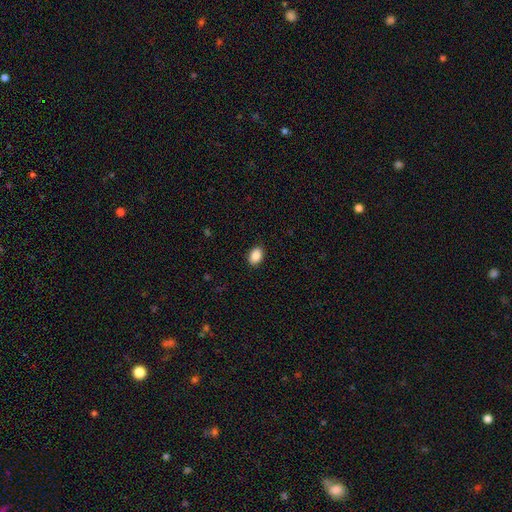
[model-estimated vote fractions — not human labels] This appears to be a smooth galaxy with no disk features (89%) that is in between round and cigar-shaped (80%). Merging: none (90%).